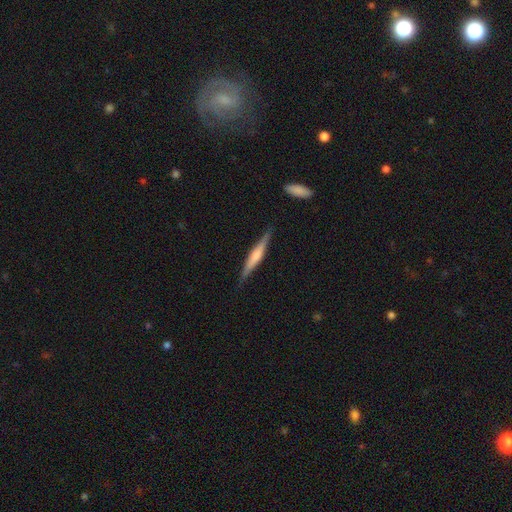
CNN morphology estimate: type=featured or disk (57%); edge-on=yes (97%); edge-on bulge=rounded (57%); merging=none (88%).